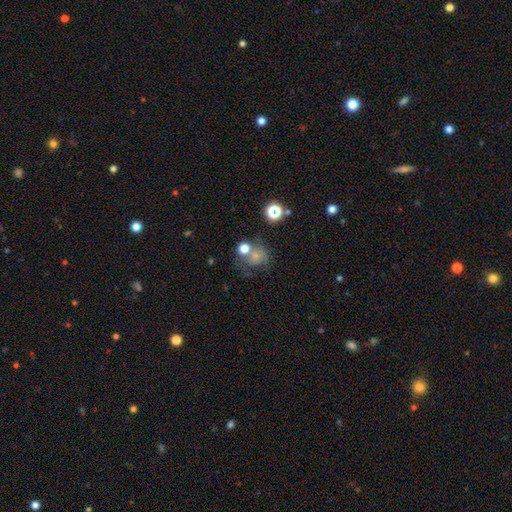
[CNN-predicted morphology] This appears to be a smooth galaxy with no disk features (58%) that is round (76%). Merging: none (43%).